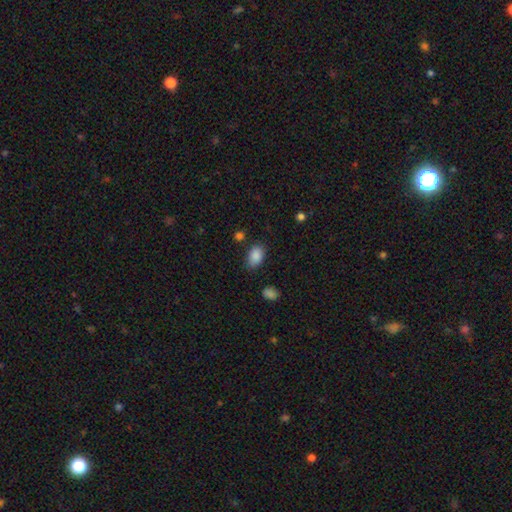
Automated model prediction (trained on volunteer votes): Q: Smooth or featured?
A: smooth (88%); runner-up: star or artifact (8%)
Q: How rounded?
A: in between (89%); runner-up: round (10%)
Q: Merging?
A: none (78%); runner-up: minor disturbance (16%)